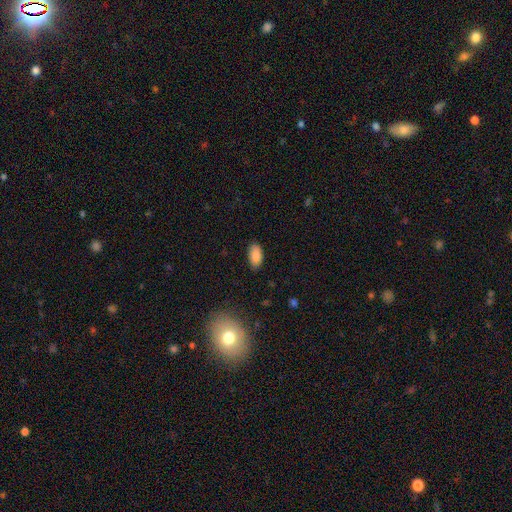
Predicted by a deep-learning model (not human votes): Smooth or featured? Predicted: smooth (p=0.87). How rounded? Predicted: in between (p=0.94). Merging? Predicted: none (p=0.84).